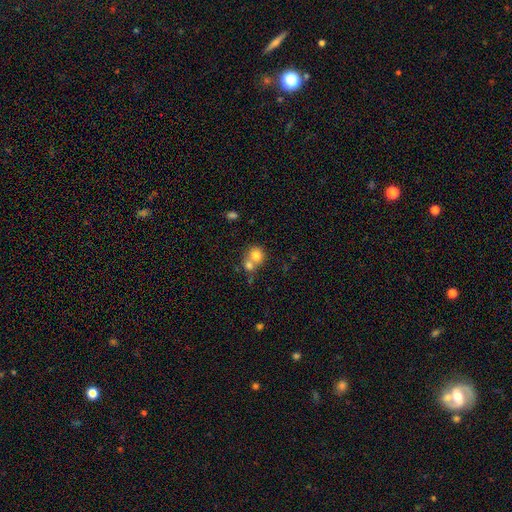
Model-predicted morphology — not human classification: Smooth or featured? Predicted: smooth (p=0.78). How rounded? Predicted: round (p=0.81). Merging? Predicted: merger (p=0.55).